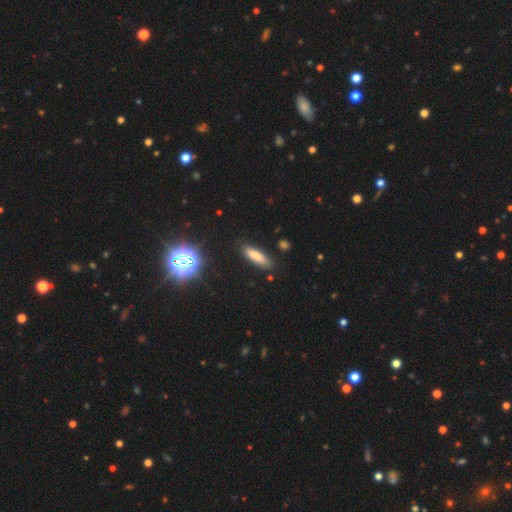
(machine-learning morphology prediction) A smooth galaxy with no disk features (77%) that is cigar-shaped (59%). Merging: none (85%).